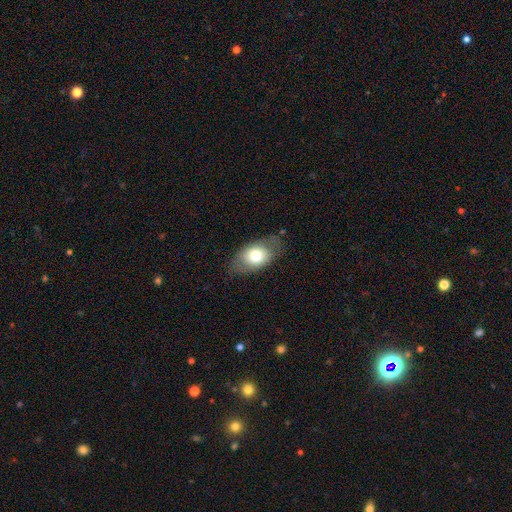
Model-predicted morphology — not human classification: Smooth or featured?
  - smooth: 69% *
  - featured or disk: 23%
  - star or artifact: 7%
How rounded?
  - in between: 84% *
  - round: 14%
  - cigar-shaped: 2%
Merging?
  - none: 75% *
  - minor disturbance: 17%
  - major disturbance: 6%
  - merger: 1%